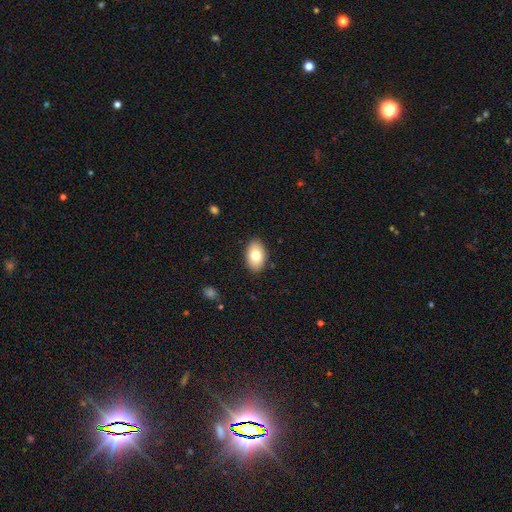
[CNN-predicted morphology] This appears to be a smooth galaxy with no disk features (78%) that is in between round and cigar-shaped (91%). Merging: none (88%).